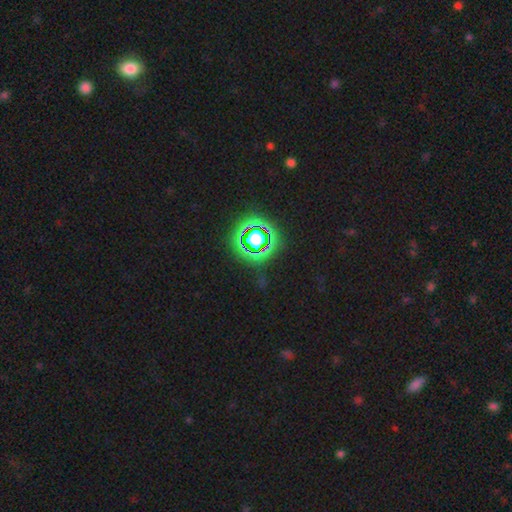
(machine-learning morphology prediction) This appears to be a star or artifact, not a galaxy (79%).